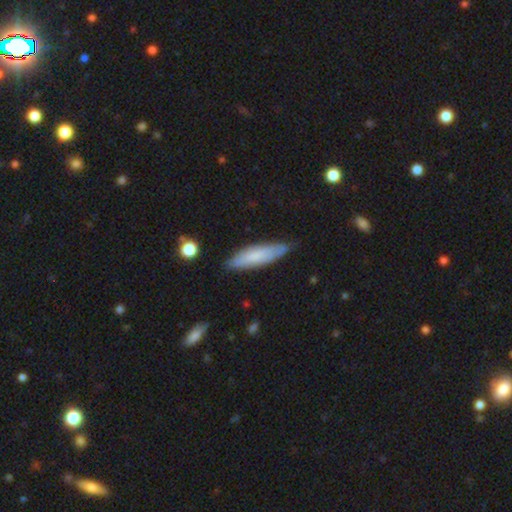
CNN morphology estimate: A smooth galaxy with no disk features (69%) that is cigar-shaped (66%).

Vote fractions:
- Smooth or featured? smooth: 69% / featured or disk: 25% / star or artifact: 6%
- How rounded? cigar-shaped: 66% / in between: 32% / round: 1%
- Merging? none: 78% / minor disturbance: 18% / major disturbance: 3% / merger: 1%